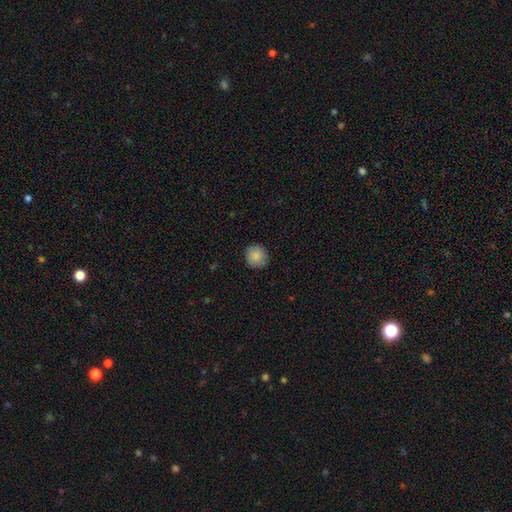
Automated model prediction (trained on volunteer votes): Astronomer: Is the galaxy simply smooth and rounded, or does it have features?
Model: smooth — 86%.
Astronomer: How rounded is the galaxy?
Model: round — 90%.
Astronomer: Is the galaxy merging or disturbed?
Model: none — 87%.